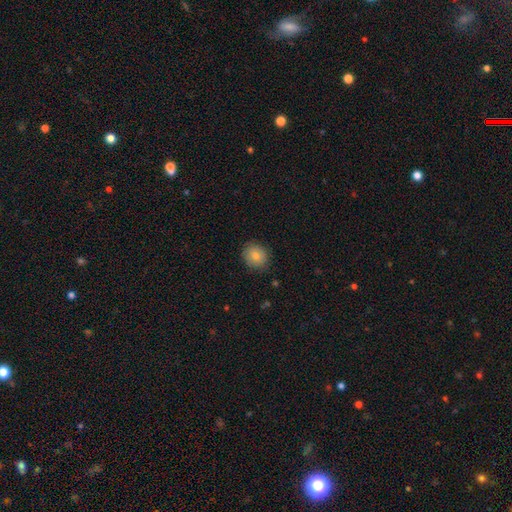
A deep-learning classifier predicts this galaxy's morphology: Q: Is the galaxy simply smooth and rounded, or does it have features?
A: smooth — 81%.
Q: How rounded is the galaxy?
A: round — 75%.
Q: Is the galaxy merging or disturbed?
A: none — 86%.